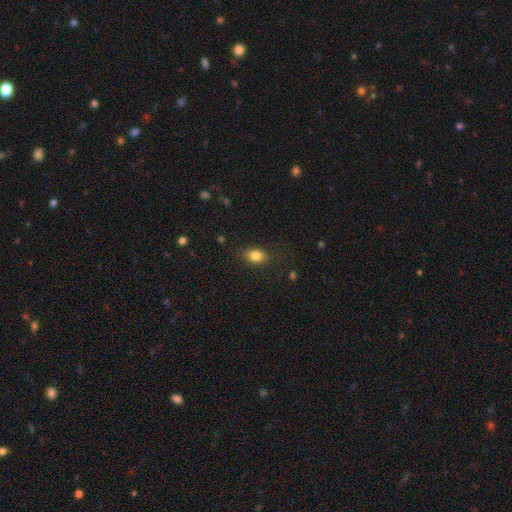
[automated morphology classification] Overall: smooth (83%). How rounded: in between (71%). Merging: none (82%).